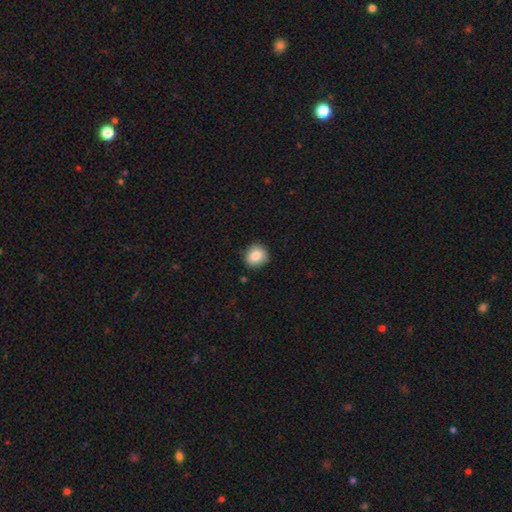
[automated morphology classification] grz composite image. It shows a smooth galaxy with no disk features (84%) that is round (79%). Merging: none (85%).